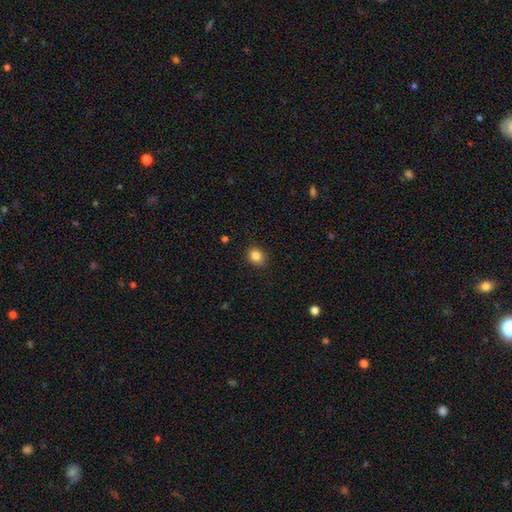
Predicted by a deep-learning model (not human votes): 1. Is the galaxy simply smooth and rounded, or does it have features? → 85% smooth, 10% star or artifact, 5% featured or disk.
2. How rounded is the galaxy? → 50% round, 49% in between, 1% cigar-shaped.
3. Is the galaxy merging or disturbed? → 88% none, 9% minor disturbance, 2% major disturbance, 1% merger.